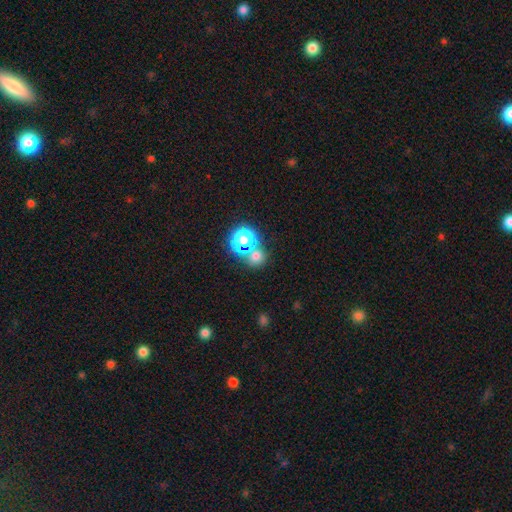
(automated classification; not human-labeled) Overall: smooth (64%; star or artifact 29%). How rounded: round (85%). Merging: none (61%; merger 28%).